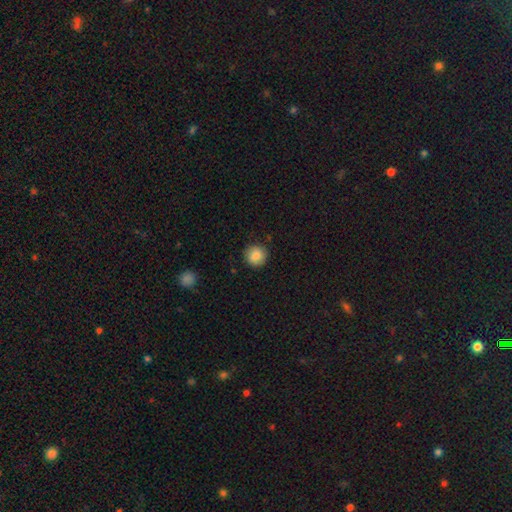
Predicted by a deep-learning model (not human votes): This is clearly a smooth galaxy (85%). How rounded: clearly round (92%). Merging: clearly none (88%).